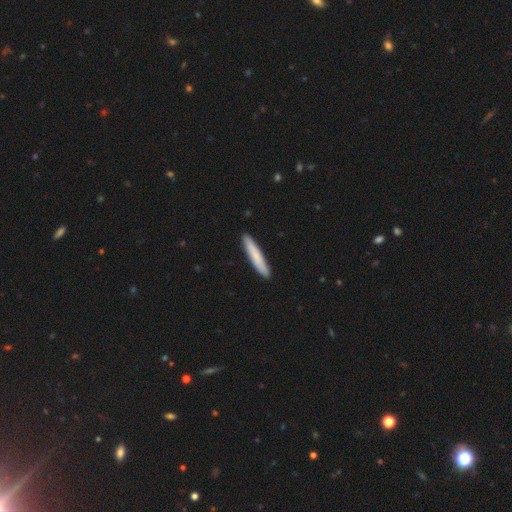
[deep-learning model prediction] Overall: smooth (79%). How rounded: cigar-shaped (94%). Merging: none (91%).